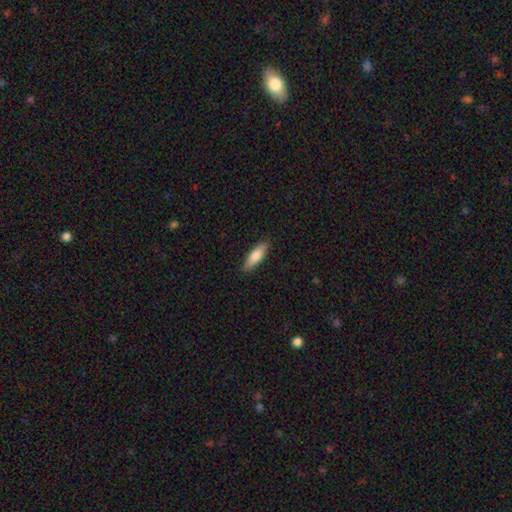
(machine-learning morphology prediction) type=smooth (80%); roundness=in between (53%); merging=none (88%).